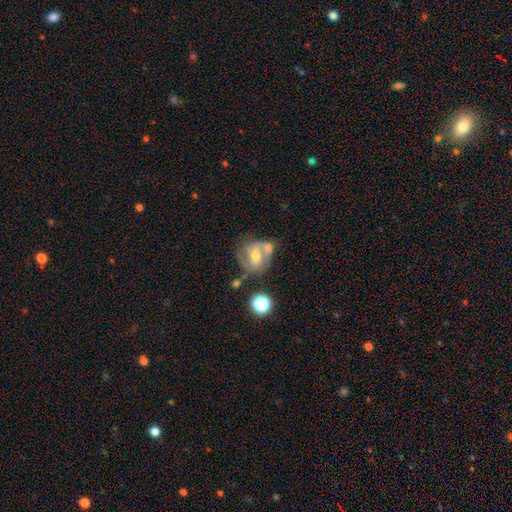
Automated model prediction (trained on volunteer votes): Overall: featured or disk (65%; smooth 26%). Edge-on disk: no (97%). Bar: weak (43%; no 35%). Spiral arms: yes (80%). Spiral arm count: 2 (74%). Spiral winding: medium (49%; tight 32%). Bulge size: moderate (61%; small 31%). Merging: none (42%; merger 30%).